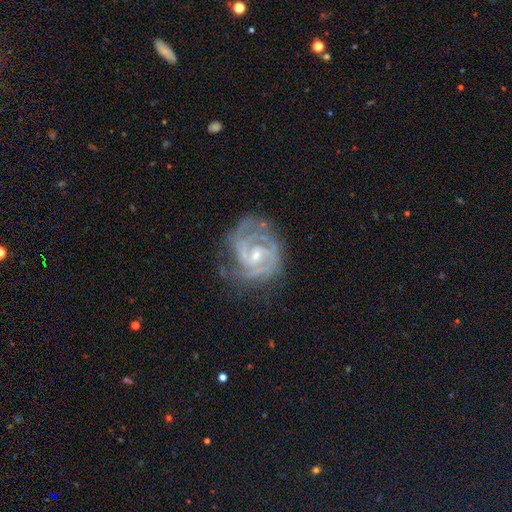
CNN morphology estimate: Smooth or featured? featured or disk (90%)
Edge-on disk? no (98%)
Bar? weak (50%)
Spiral arms? yes (97%)
Spiral winding? tight (61%)
Spiral arm count? 2 (47%)
Bulge size? small (60%)
Merging? none (66%)